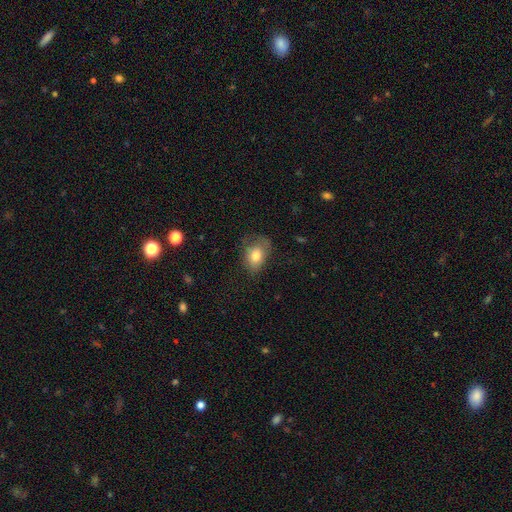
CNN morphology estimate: This is likely a smooth galaxy (78%). How rounded: likely in between (78%). Merging: possibly none (54%).